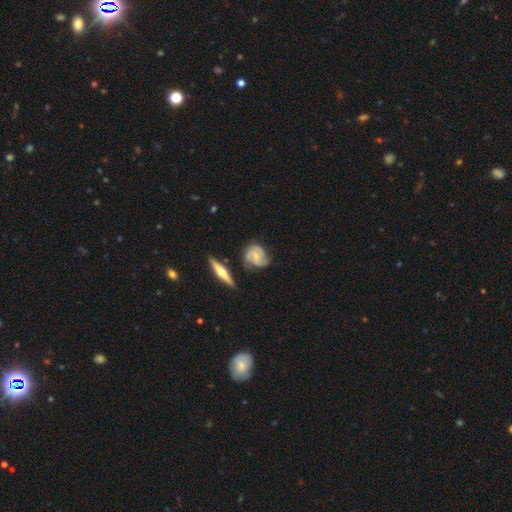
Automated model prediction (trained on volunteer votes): featured or disk 79%, smooth 15%, star or artifact 5%. Down the decision tree: edge-on disk — no (94%); bar — no (63%); spiral arms — yes (95%); spiral arm count — 2 (57%); spiral winding — tight (44%); bulge size — small (61%); merging — none (63%).